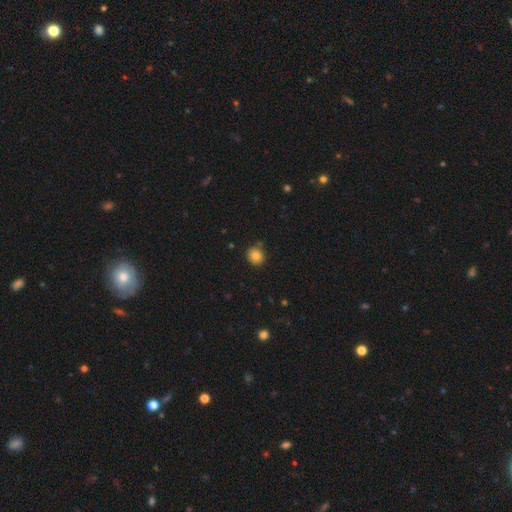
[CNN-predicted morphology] smooth_or_featured: smooth (p=0.82) [alt: star or artifact p=0.11]
how_rounded: round (p=0.82) [alt: in between p=0.17]
merging: none (p=0.83) [alt: minor disturbance p=0.11]